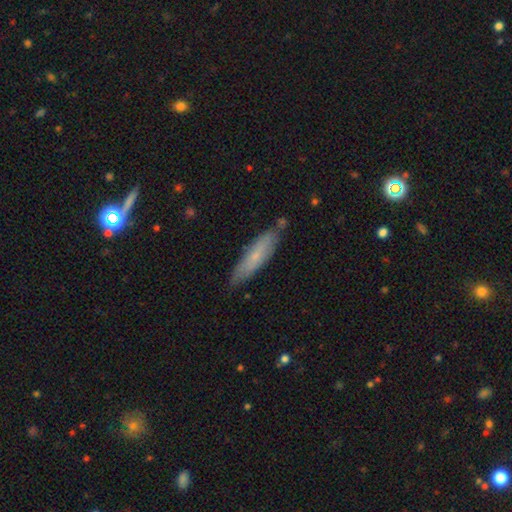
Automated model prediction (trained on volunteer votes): Smooth or featured: smooth — 58% (featured or disk — 36%)
How rounded: cigar-shaped — 72% (in between — 26%)
Merging: none — 77% (minor disturbance — 17%)